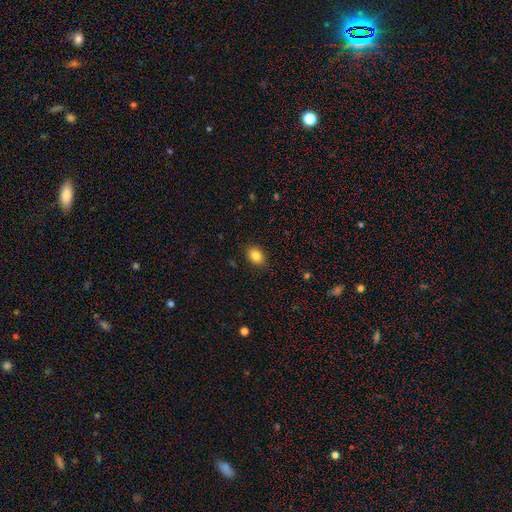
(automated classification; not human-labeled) Q: Smooth or featured?
A: smooth (85%); runner-up: star or artifact (9%)
Q: How rounded?
A: in between (69%); runner-up: round (30%)
Q: Merging?
A: none (87%); runner-up: minor disturbance (10%)